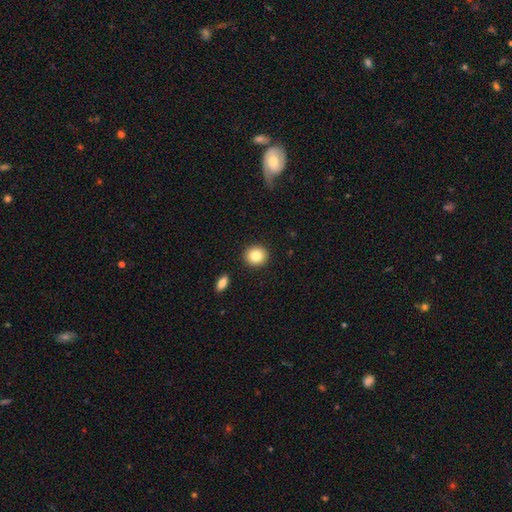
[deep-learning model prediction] This appears to be a smooth galaxy with no disk features (83%) that is round (86%). Merging: none (91%).